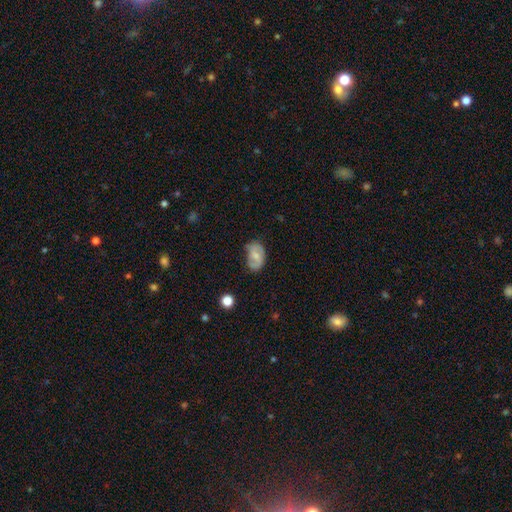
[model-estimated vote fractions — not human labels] Q: Smooth or featured?
A: smooth (49%); runner-up: featured or disk (44%)
Q: Merging?
A: none (57%); runner-up: minor disturbance (31%)